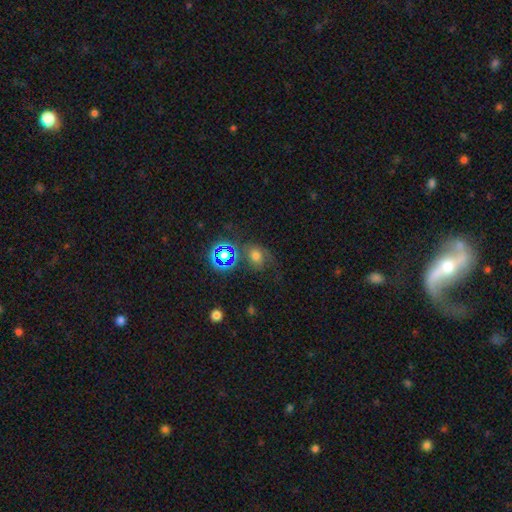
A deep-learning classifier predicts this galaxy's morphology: smooth 52%, star or artifact 27%, featured or disk 21%. Down the decision tree: how rounded — round (53%); merging — none (48%).